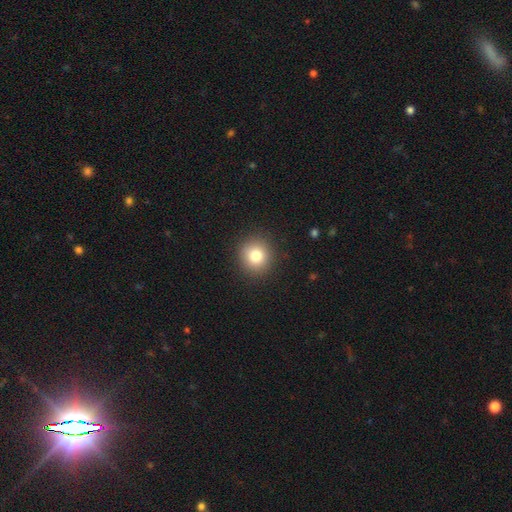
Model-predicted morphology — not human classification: The model was most divided on "smooth or featured": smooth: 80%, star or artifact: 11%, featured or disk: 9%. More confident: merging — none (91%); how rounded — round (90%).